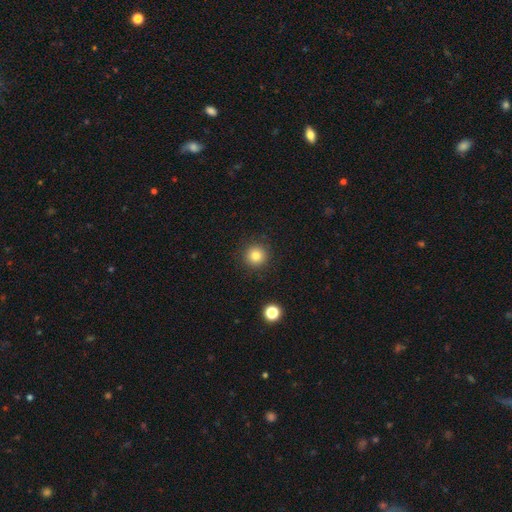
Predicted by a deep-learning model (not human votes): Morphology: type=smooth (81%); roundness=round (95%); merging=none (90%).